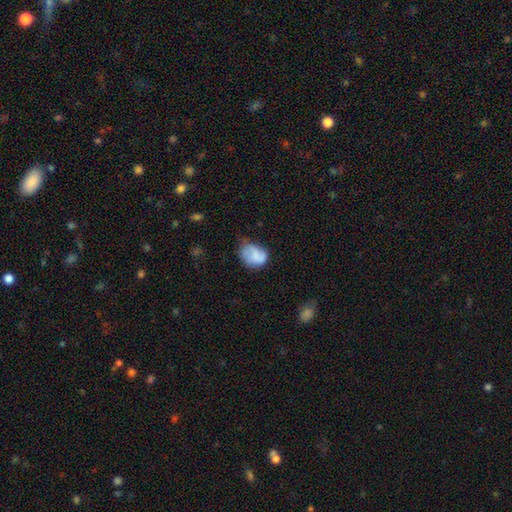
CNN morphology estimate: Overall: smooth (68%). How rounded: in between (62%; round 37%). Merging: none (42%; minor disturbance 39%).